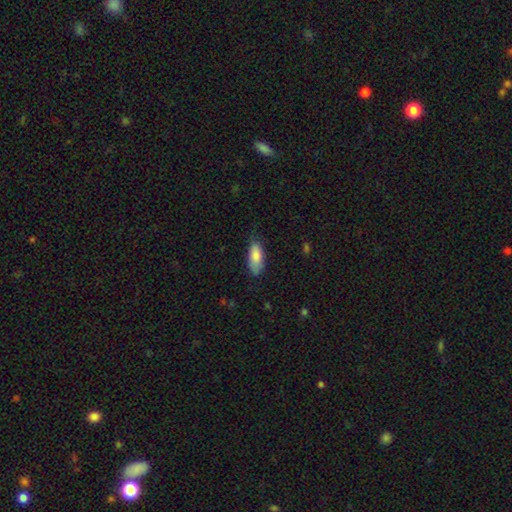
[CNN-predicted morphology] Smooth or featured: smooth — 84% (featured or disk — 10%)
How rounded: in between — 82% (cigar-shaped — 16%)
Merging: none — 70% (minor disturbance — 24%)